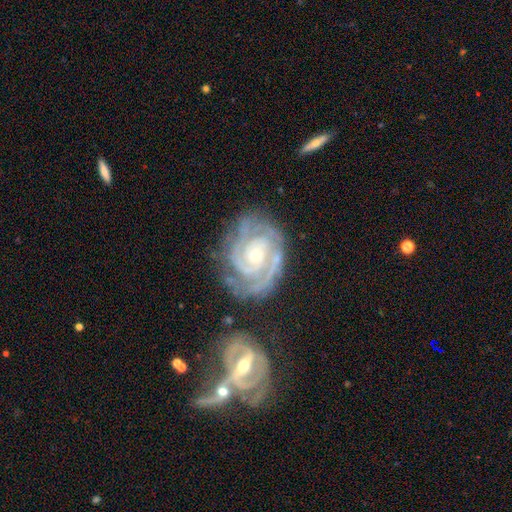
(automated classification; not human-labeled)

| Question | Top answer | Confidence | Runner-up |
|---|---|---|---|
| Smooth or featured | featured or disk | 91% | star or artifact (5%) |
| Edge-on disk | no | 98% | yes (2%) |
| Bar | no | 66% | weak (25%) |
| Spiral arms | yes | 98% | no (2%) |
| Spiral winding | tight | 75% | medium (22%) |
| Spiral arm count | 2 | 52% | 3 (22%) |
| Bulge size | small | 65% | moderate (31%) |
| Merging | none | 66% | minor disturbance (20%) |